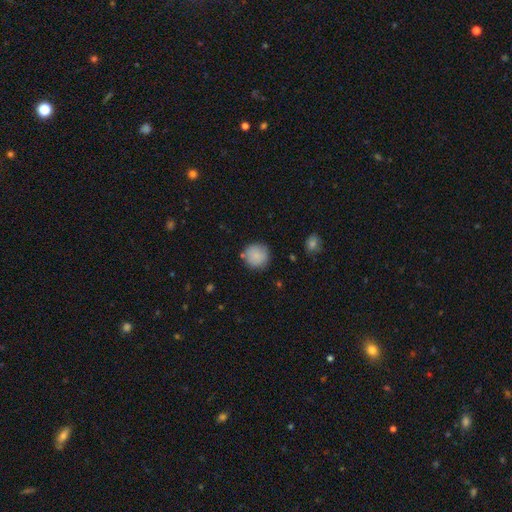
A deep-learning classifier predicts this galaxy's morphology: Smooth or featured: smooth — 86% (star or artifact — 8%)
How rounded: round — 94% (in between — 5%)
Merging: none — 83% (minor disturbance — 11%)